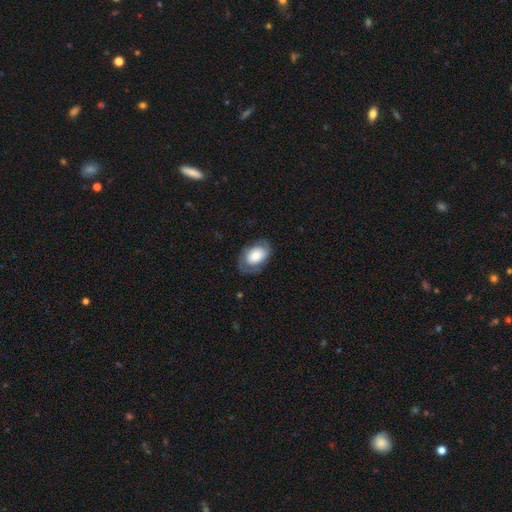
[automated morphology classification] Overall: smooth (59%; featured or disk 34%). How rounded: in between (88%). Merging: none (68%).